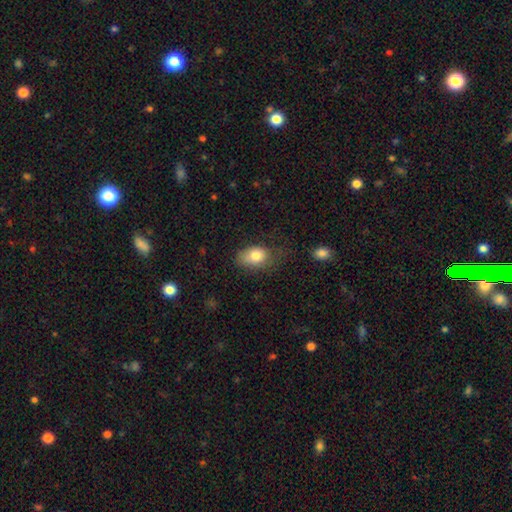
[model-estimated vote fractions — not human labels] smooth_or_featured: smooth (p=0.80) [alt: featured or disk p=0.12]
how_rounded: in between (p=0.83) [alt: round p=0.15]
merging: none (p=0.54) [alt: minor disturbance p=0.31]